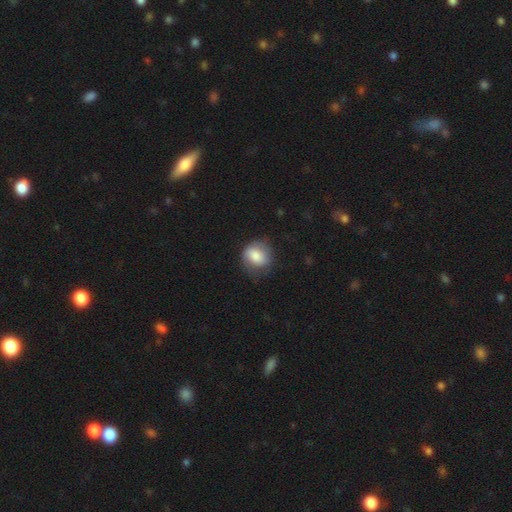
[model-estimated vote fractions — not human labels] Q: Smooth or featured?
A: smooth (76%); runner-up: featured or disk (17%)
Q: How rounded?
A: round (67%); runner-up: in between (32%)
Q: Merging?
A: none (62%); runner-up: minor disturbance (27%)